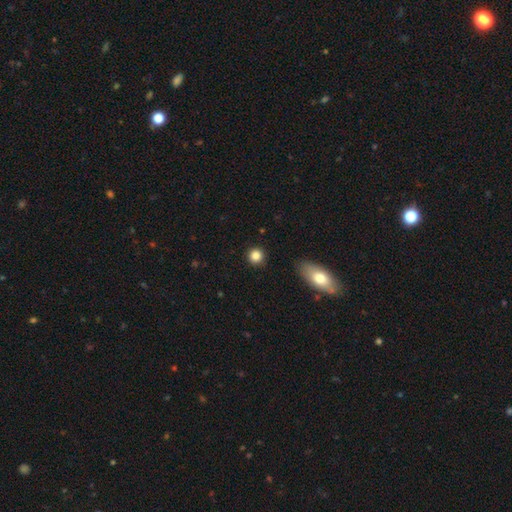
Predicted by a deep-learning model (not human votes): Morphology: type=smooth (85%); roundness=round (93%); merging=none (90%).